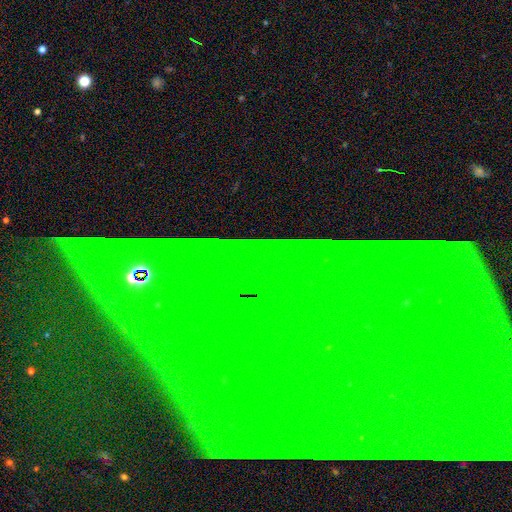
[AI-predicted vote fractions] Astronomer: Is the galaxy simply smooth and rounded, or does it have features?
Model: star or artifact — 79%.